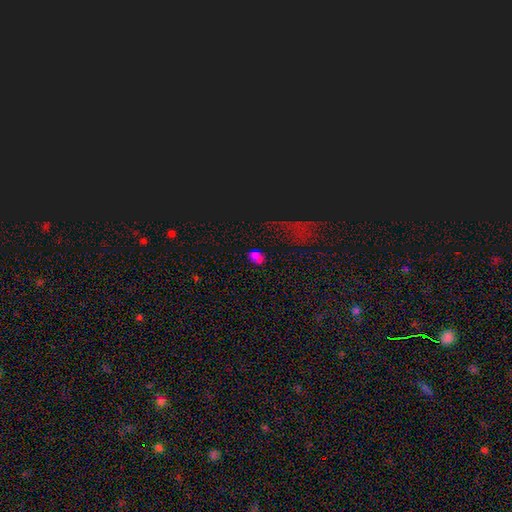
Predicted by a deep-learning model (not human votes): smooth-or-featured: smooth: 56% | star or artifact: 36% | featured or disk: 8%
  how-rounded: in between: 74% | round: 23% | cigar-shaped: 3%
  merging: none: 70% | minor disturbance: 17% | major disturbance: 8% | merger: 5%